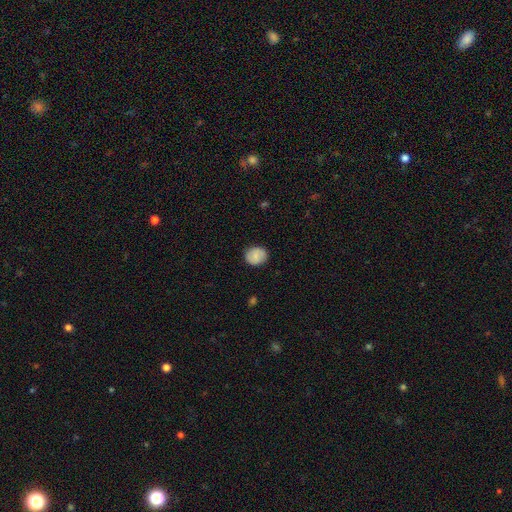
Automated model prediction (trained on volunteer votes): This appears to be a smooth galaxy with no disk features (75%) that is round (71%). Merging: none (85%).